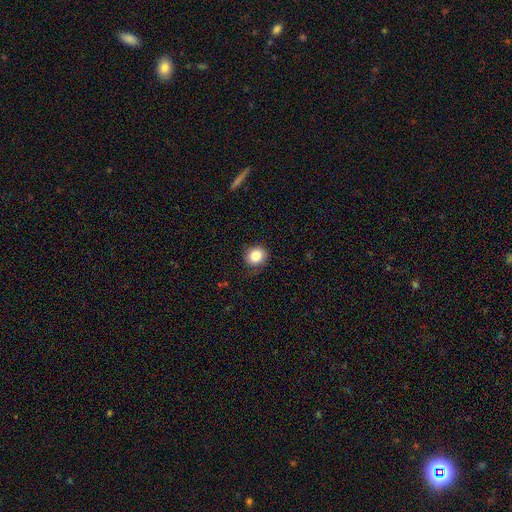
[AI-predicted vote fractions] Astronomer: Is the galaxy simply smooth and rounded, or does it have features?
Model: smooth — 84%.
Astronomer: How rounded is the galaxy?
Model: round — 80%.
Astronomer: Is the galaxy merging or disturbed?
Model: none — 81%.